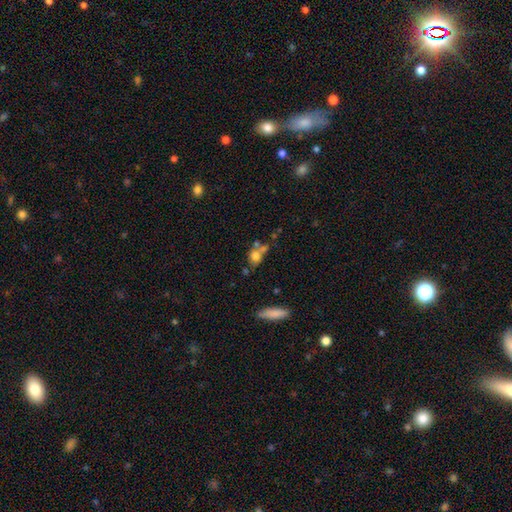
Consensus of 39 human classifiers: A smooth galaxy with no disk features (72%) that is round (82%).

Vote fractions:
- Smooth or featured? smooth: 72% / featured or disk: 21% / star or artifact: 8%
- How rounded? round: 82% / in between: 14% / cigar-shaped: 4%
- Merging? merger: 42% / none: 33% / minor disturbance: 14% / major disturbance: 11%